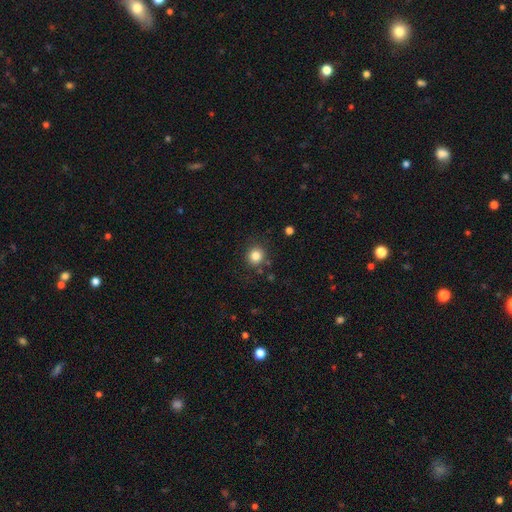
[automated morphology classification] A smooth galaxy with no disk features (83%) that is round (90%).

Vote fractions:
- Smooth or featured? smooth: 83% / star or artifact: 12% / featured or disk: 5%
- How rounded? round: 90% / in between: 9% / cigar-shaped: 1%
- Merging? none: 86% / minor disturbance: 8% / merger: 3% / major disturbance: 3%